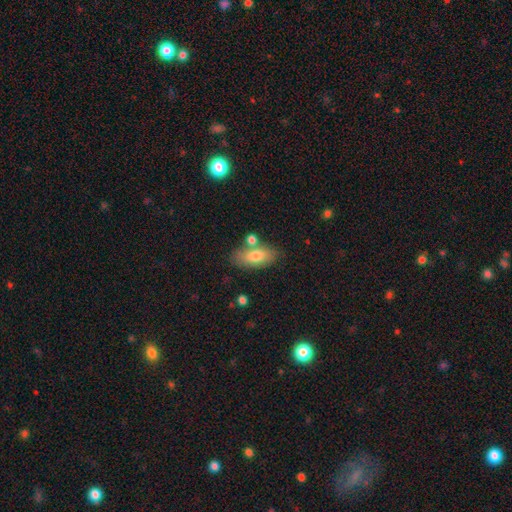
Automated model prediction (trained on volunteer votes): Smooth or featured? Predicted: smooth (p=0.75). How rounded? Predicted: in between (p=0.87). Merging? Predicted: none (p=0.69).